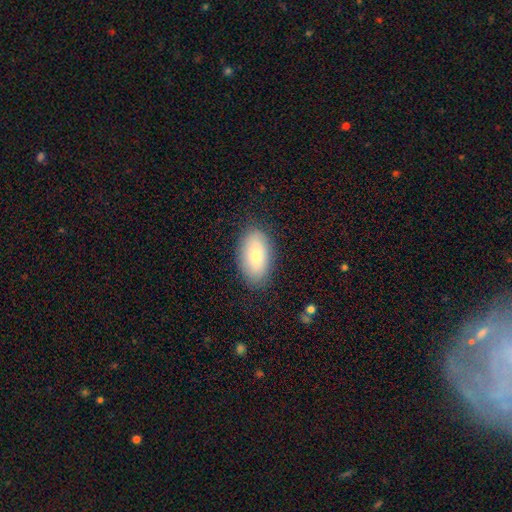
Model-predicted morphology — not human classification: A smooth galaxy with no disk features (76%) that is in between round and cigar-shaped (93%).

Vote fractions:
- Smooth or featured? smooth: 76% / featured or disk: 17% / star or artifact: 7%
- How rounded? in between: 93% / round: 5% / cigar-shaped: 2%
- Merging? none: 85% / minor disturbance: 11% / major disturbance: 3% / merger: 1%